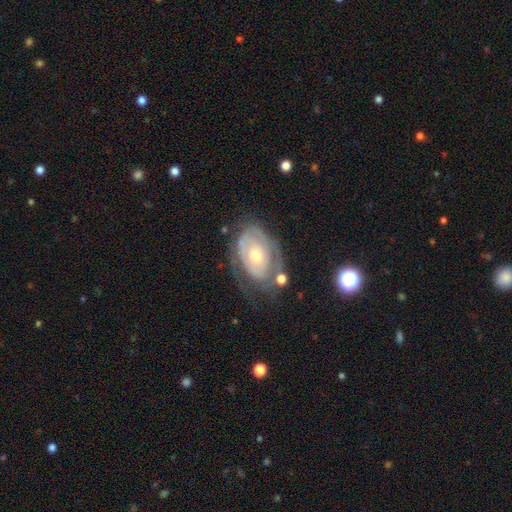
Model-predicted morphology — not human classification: Smooth or featured? featured or disk (72%)
Edge-on disk? no (95%)
Bar? no (80%)
Spiral arms? yes (65%)
Bulge size? moderate (52%)
Merging? none (51%)